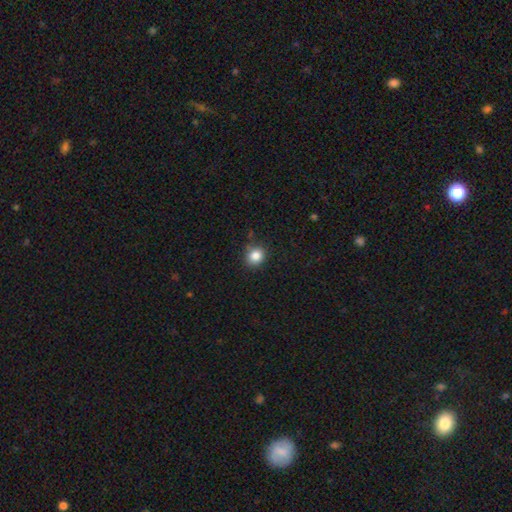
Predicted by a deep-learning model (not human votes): A smooth galaxy with no disk features (84%) that is round (75%). Merging: none (82%).